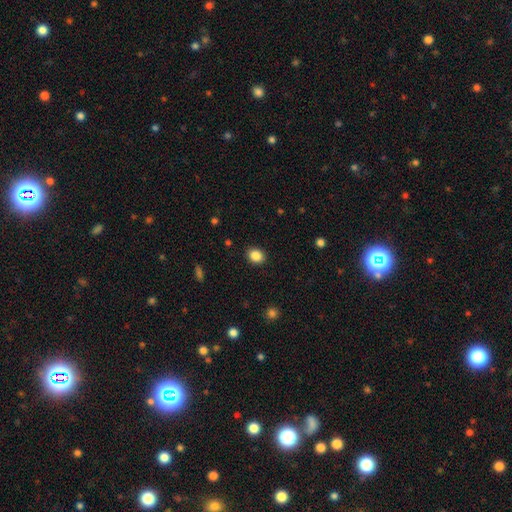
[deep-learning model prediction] Q: Smooth or featured?
A: smooth (86%); runner-up: star or artifact (10%)
Q: How rounded?
A: round (55%); runner-up: in between (44%)
Q: Merging?
A: none (90%); runner-up: minor disturbance (7%)